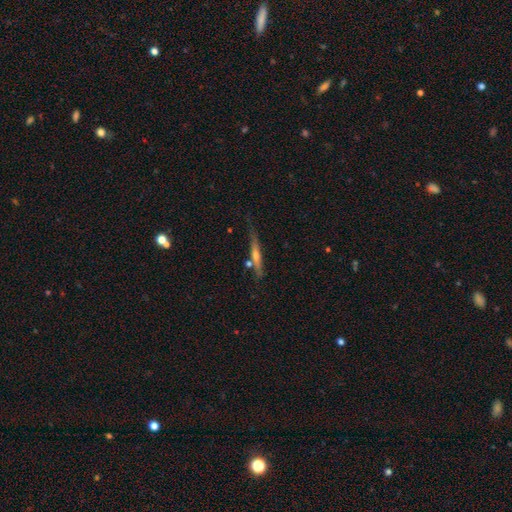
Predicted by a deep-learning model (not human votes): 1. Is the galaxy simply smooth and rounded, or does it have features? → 64% featured or disk, 27% smooth, 9% star or artifact.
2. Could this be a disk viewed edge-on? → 94% yes, 6% no.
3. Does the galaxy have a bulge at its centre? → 69% rounded, 23% none, 8% boxy.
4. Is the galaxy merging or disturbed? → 71% none, 17% minor disturbance, 7% merger, 5% major disturbance.